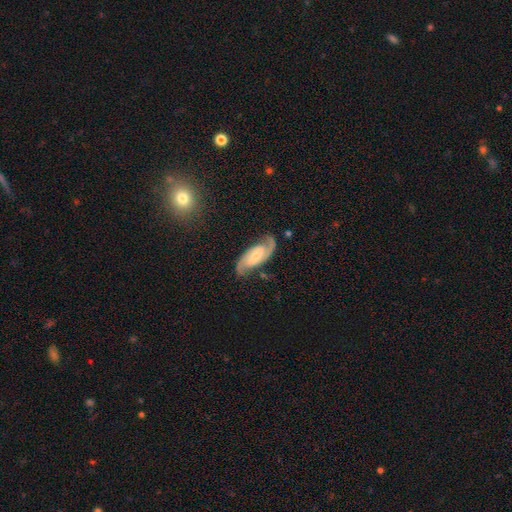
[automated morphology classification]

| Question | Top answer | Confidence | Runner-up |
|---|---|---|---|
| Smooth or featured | featured or disk | 87% | smooth (8%) |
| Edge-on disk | no | 96% | yes (4%) |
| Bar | weak | 44% | strong (32%) |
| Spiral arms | yes | 98% | no (2%) |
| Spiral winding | medium | 53% | tight (32%) |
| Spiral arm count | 2 | 92% | can't tell (3%) |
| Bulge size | small | 48% | moderate (28%) |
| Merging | none | 80% | minor disturbance (14%) |